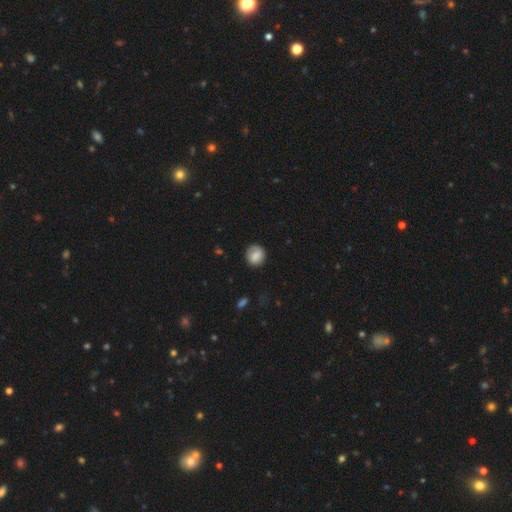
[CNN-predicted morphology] A smooth galaxy with no disk features (79%) that is round (86%).

Vote fractions:
- Smooth or featured? smooth: 79% / featured or disk: 13% / star or artifact: 7%
- How rounded? round: 86% / in between: 13% / cigar-shaped: 1%
- Merging? none: 75% / minor disturbance: 18% / major disturbance: 6% / merger: 1%